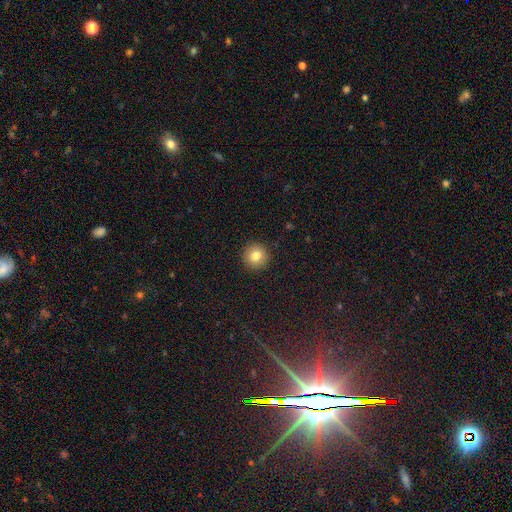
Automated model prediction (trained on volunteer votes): Morphology: type=smooth (81%); roundness=round (94%); merging=none (92%).